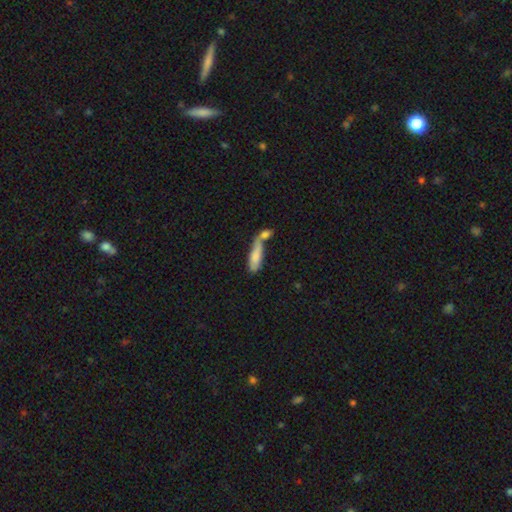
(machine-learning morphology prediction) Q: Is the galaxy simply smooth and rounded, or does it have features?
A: smooth — 76%.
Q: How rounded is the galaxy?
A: cigar-shaped — 53%.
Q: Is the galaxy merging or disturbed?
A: merger — 57%.